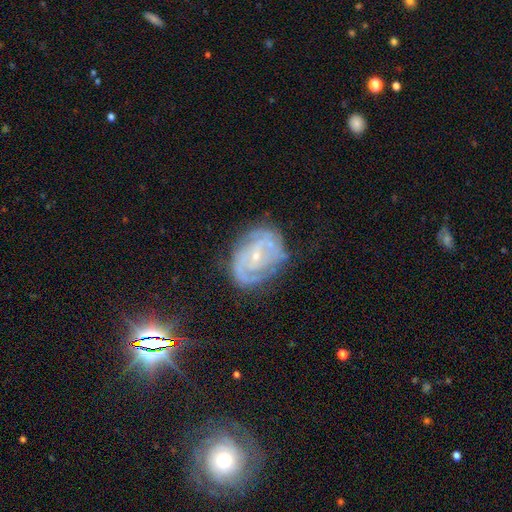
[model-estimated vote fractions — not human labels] Smooth or featured?
  - featured or disk: 81% *
  - smooth: 10%
  - star or artifact: 9%
Edge-on disk?
  - no: 96% *
  - yes: 4%
Bar?
  - weak: 42% *
  - no: 39%
  - strong: 19%
Spiral arms?
  - yes: 90% *
  - no: 10%
Spiral winding?
  - tight: 57% *
  - medium: 33%
  - loose: 10%
Spiral arm count?
  - 2: 42% *
  - can't tell: 31%
  - 3: 13%
  - 4: 5%
  - 1: 5%
  - more than 4: 4%
Bulge size?
  - small: 77% *
  - moderate: 19%
  - none: 2%
  - large: 1%
  - dominant: 1%
Merging?
  - none: 68% *
  - minor disturbance: 21%
  - major disturbance: 9%
  - merger: 2%